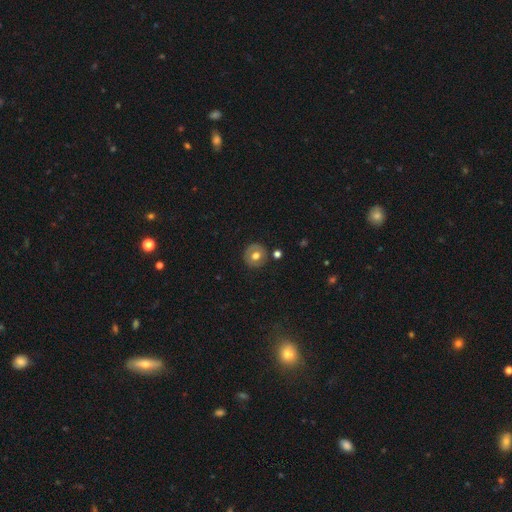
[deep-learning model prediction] Overall: smooth (61%; featured or disk 30%). How rounded: round (91%). Merging: none (86%).